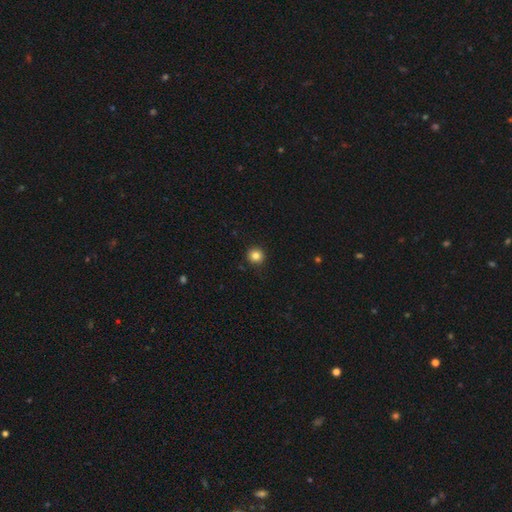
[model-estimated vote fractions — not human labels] This is clearly a smooth galaxy (84%). How rounded: clearly round (93%). Merging: clearly none (90%).